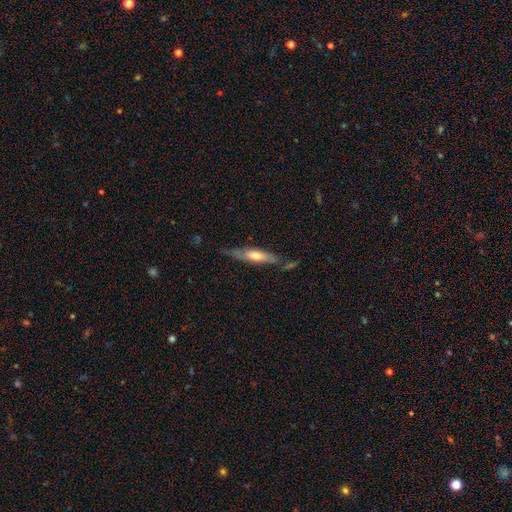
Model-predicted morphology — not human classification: This appears to be a smooth galaxy with no disk features (49%). Merging: none (62%).